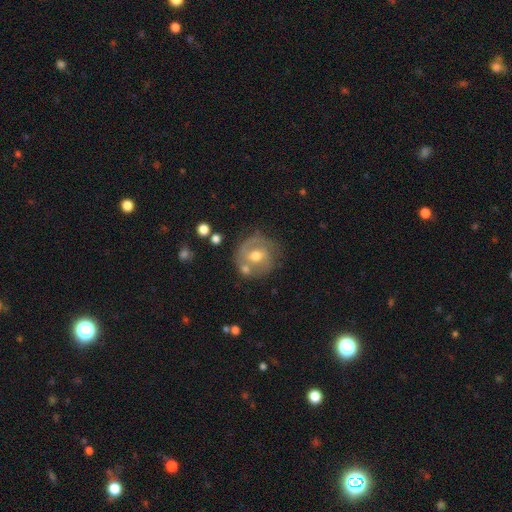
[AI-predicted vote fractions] A featured or disk galaxy (66%) with a weak bar (45%), spiral arms (76%) and a moderate central bulge (75%). Merging: none (63%).